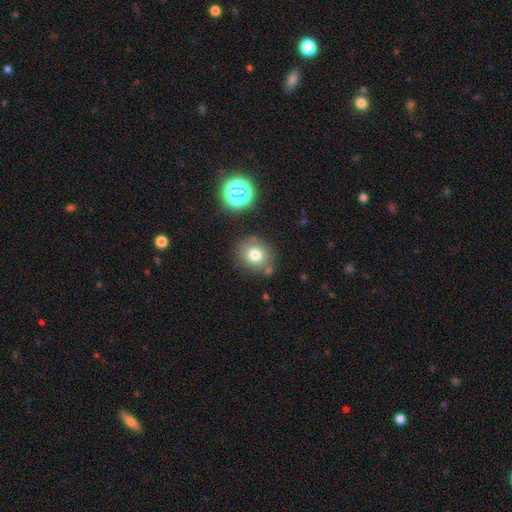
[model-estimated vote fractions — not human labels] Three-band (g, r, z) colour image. It shows a smooth galaxy with no disk features (61%) that is round (84%). Merging: none (82%).